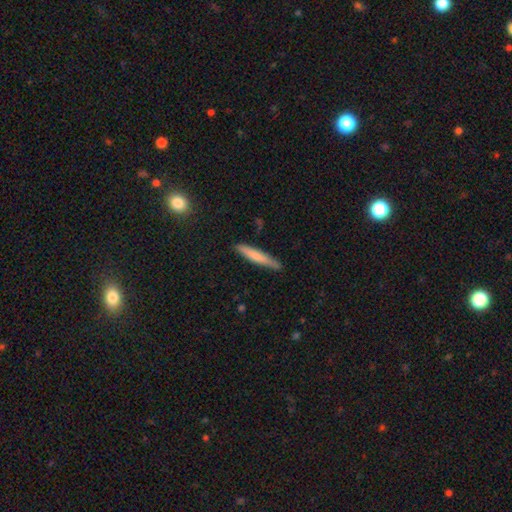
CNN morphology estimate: type=smooth (69%); roundness=cigar-shaped (93%); merging=none (86%).